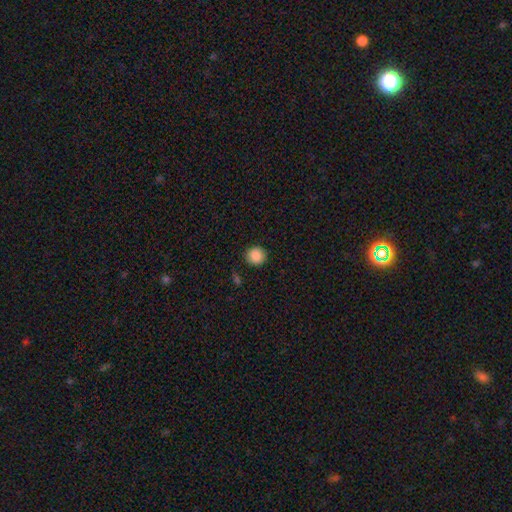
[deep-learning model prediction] smooth_or_featured: smooth (p=0.88) [alt: star or artifact p=0.09]
how_rounded: round (p=0.93) [alt: in between p=0.06]
merging: none (p=0.90) [alt: minor disturbance p=0.07]